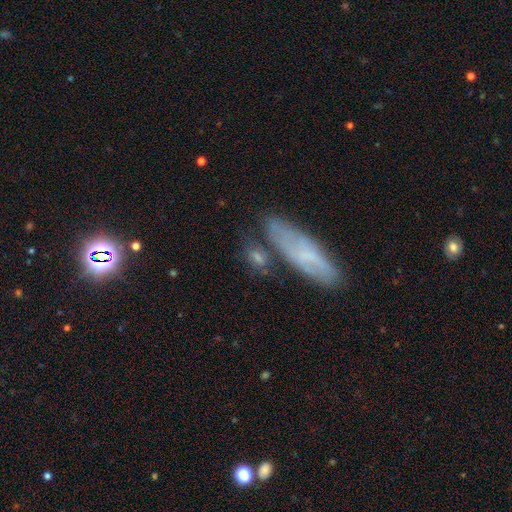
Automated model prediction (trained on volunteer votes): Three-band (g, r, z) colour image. It shows a smooth galaxy with no disk features (58%) that is in between round and cigar-shaped (53%). Merging: none (58%).